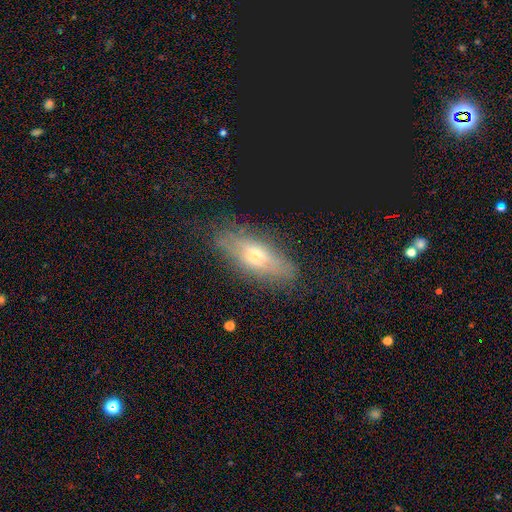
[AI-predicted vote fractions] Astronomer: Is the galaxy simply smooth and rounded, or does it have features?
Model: featured or disk — 48% (runner-up: smooth, 40%).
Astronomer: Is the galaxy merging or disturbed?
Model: none — 79%.